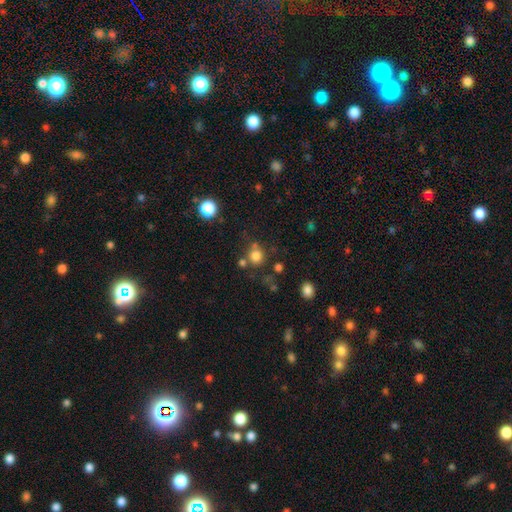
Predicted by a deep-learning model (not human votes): Smooth or featured: smooth — 78% (star or artifact — 15%)
How rounded: round — 89% (in between — 10%)
Merging: none — 69% (merger — 15%)